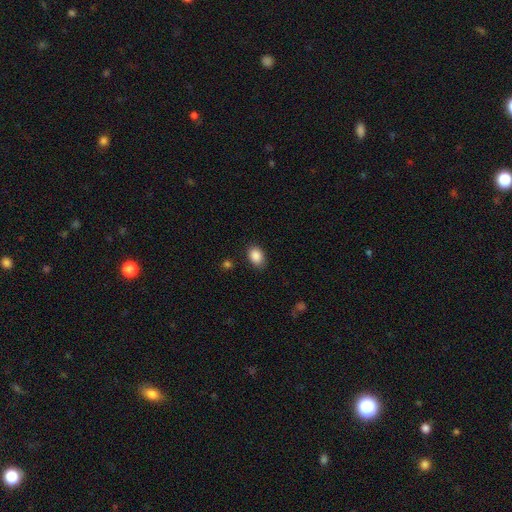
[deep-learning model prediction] Smooth or featured? smooth (89%)
How rounded? in between (78%)
Merging? none (84%)